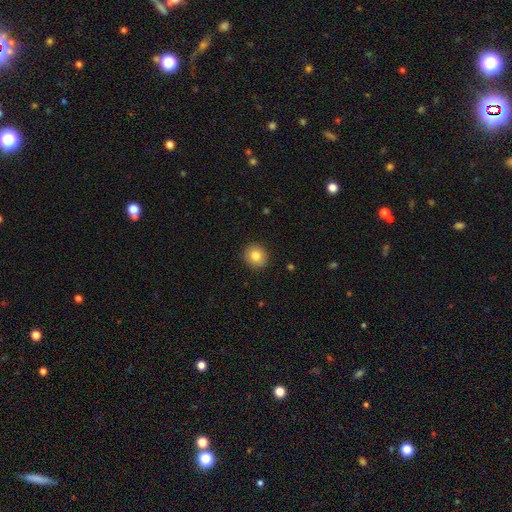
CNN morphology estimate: A smooth galaxy with no disk features (84%) that is round (87%). Merging: none (91%).